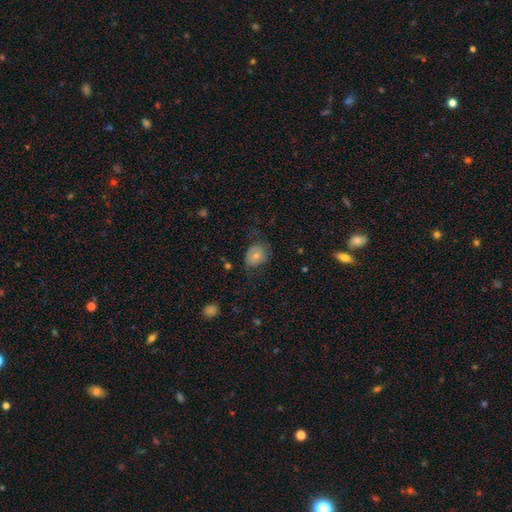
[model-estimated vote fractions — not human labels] Morphology: type=smooth (68%); roundness=in between (55%); merging=none (55%).